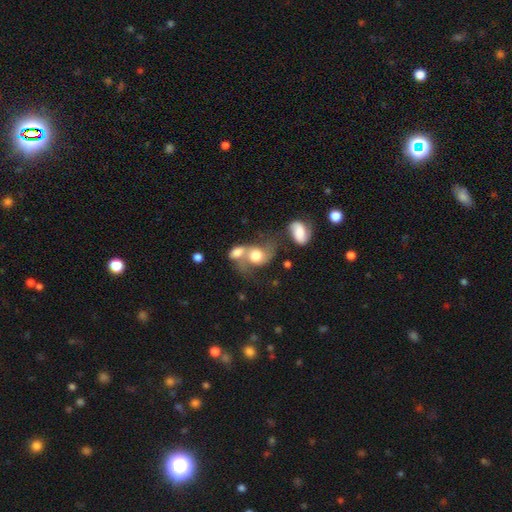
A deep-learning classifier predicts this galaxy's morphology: Q: Smooth or featured?
A: smooth (47%); runner-up: featured or disk (44%)
Q: Merging?
A: merger (62%); runner-up: none (18%)